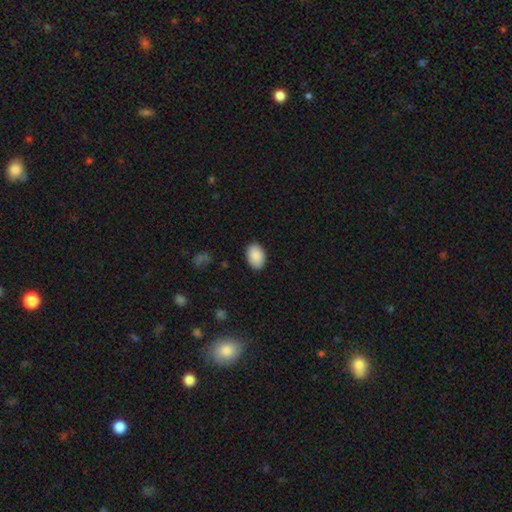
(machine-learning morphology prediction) Smooth or featured? Predicted: smooth (p=0.89). How rounded? Predicted: in between (p=0.89). Merging? Predicted: none (p=0.88).